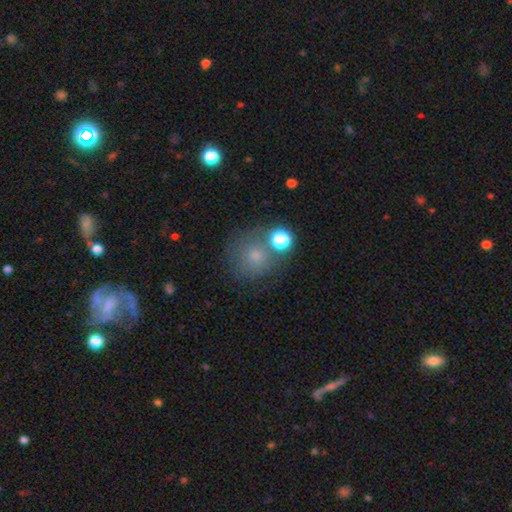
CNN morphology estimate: This is likely a smooth galaxy (70%). How rounded: clearly round (89%). Merging: likely none (65%).